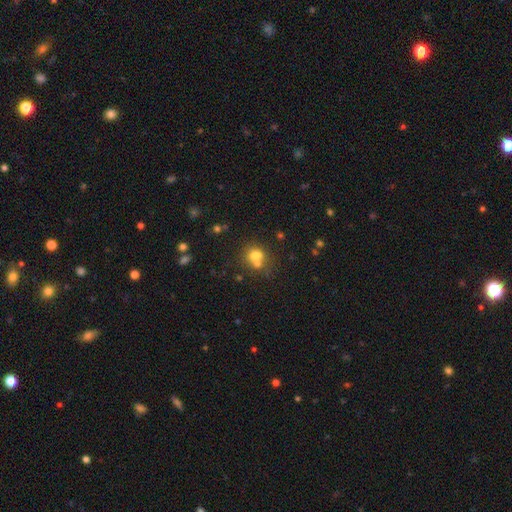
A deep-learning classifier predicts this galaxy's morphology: Smooth or featured? smooth (70%)
How rounded? round (72%)
Merging? none (43%)